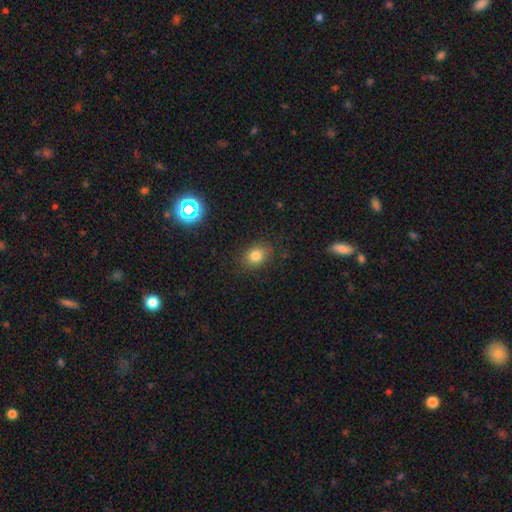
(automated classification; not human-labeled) Smooth or featured? Predicted: smooth (p=0.79). How rounded? Predicted: in between (p=0.50). Merging? Predicted: none (p=0.84).